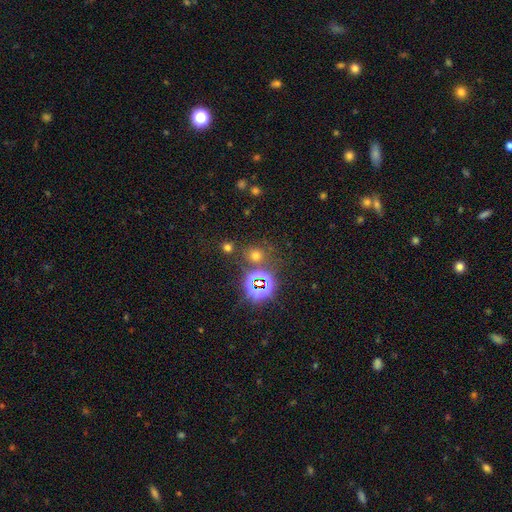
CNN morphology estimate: smooth_or_featured: smooth (p=0.53) [alt: star or artifact p=0.40]
how_rounded: round (p=0.83) [alt: in between p=0.16]
merging: none (p=0.77) [alt: merger p=0.09]